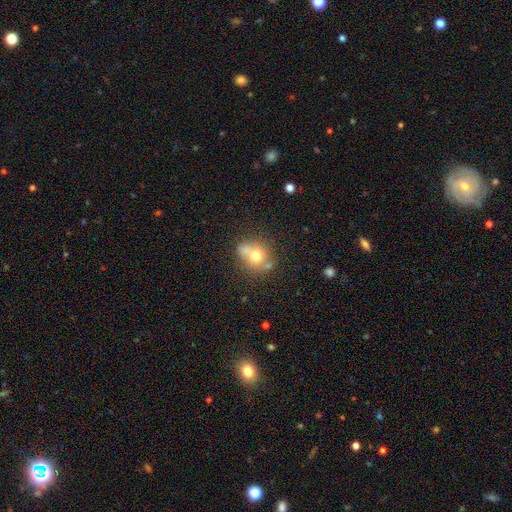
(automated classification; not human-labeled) A smooth galaxy with no disk features (66%) that is round (74%).

Vote fractions:
- Smooth or featured? smooth: 66% / featured or disk: 21% / star or artifact: 12%
- How rounded? round: 74% / in between: 25% / cigar-shaped: 1%
- Merging? none: 51% / merger: 28% / minor disturbance: 15% / major disturbance: 5%